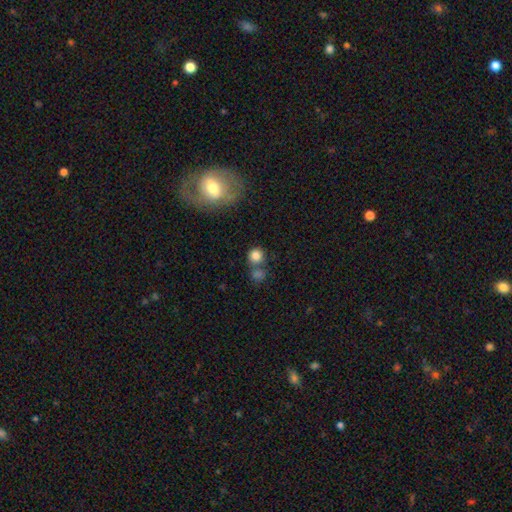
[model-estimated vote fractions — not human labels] Q: Smooth or featured?
A: smooth (82%); runner-up: star or artifact (12%)
Q: How rounded?
A: round (89%); runner-up: in between (10%)
Q: Merging?
A: none (58%); runner-up: merger (27%)